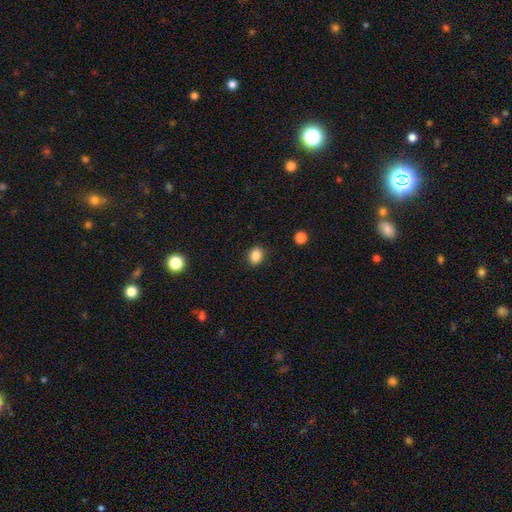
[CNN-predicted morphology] Smooth or featured? smooth (86%)
How rounded? round (51%)
Merging? none (88%)